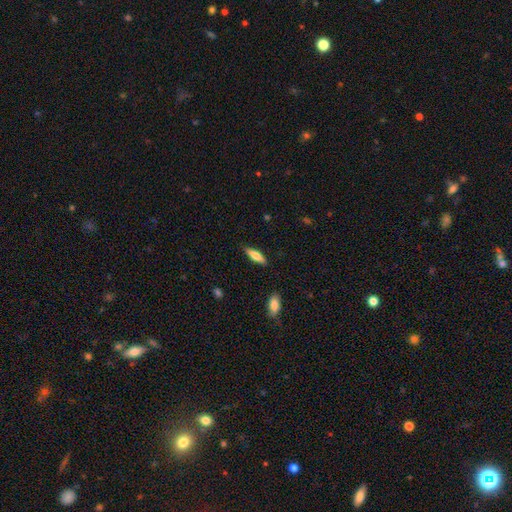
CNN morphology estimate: Smooth or featured?
  - smooth: 70% *
  - featured or disk: 24%
  - star or artifact: 6%
How rounded?
  - cigar-shaped: 58% *
  - in between: 41%
  - round: 2%
Merging?
  - none: 86% *
  - minor disturbance: 10%
  - major disturbance: 2%
  - merger: 2%